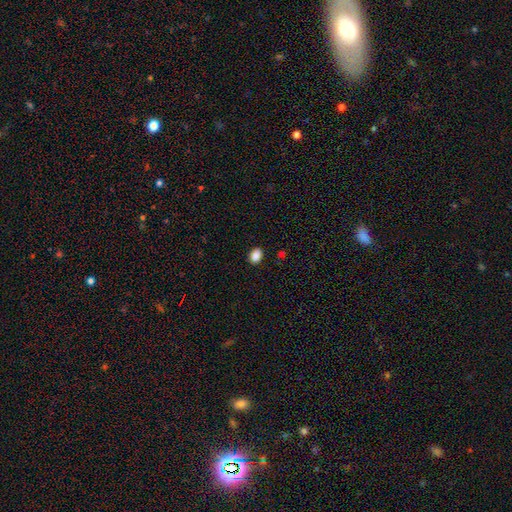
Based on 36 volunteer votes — Volunteers were most divided on "how rounded": in between: 74%, round: 26%, cigar-shaped: 0%. More confident: smooth or featured — smooth (94%); merging — none (88%).